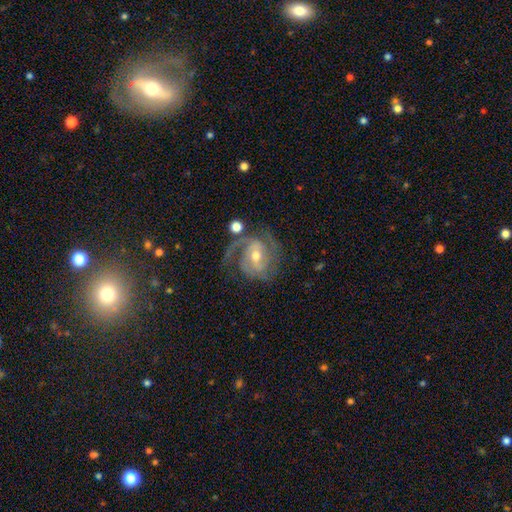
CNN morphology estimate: smooth_or_featured: featured or disk (p=0.89) [alt: smooth p=0.06]
disk_edge_on: no (p=0.97) [alt: yes p=0.03]
bar: weak (p=0.48) [alt: no p=0.28]
has_spiral_arms: yes (p=0.97) [alt: no p=0.03]
spiral_winding: medium (p=0.47) [alt: tight p=0.41]
spiral_arm_count: 2 (p=0.52) [alt: 3 p=0.24]
bulge_size: moderate (p=0.57) [alt: small p=0.39]
merging: none (p=0.61) [alt: minor disturbance p=0.19]